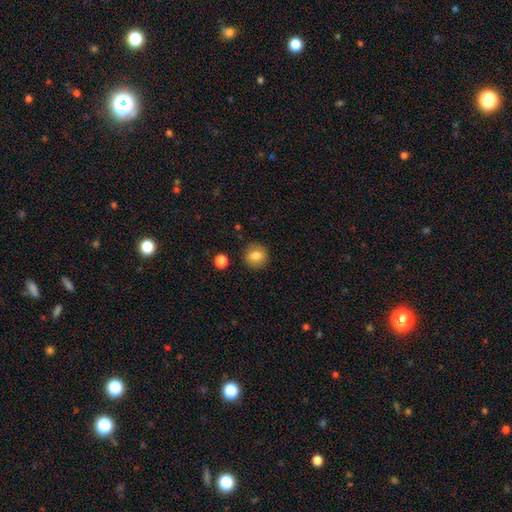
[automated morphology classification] Smooth or featured: smooth — 82% (star or artifact — 9%)
How rounded: round — 87% (in between — 12%)
Merging: none — 89% (minor disturbance — 7%)